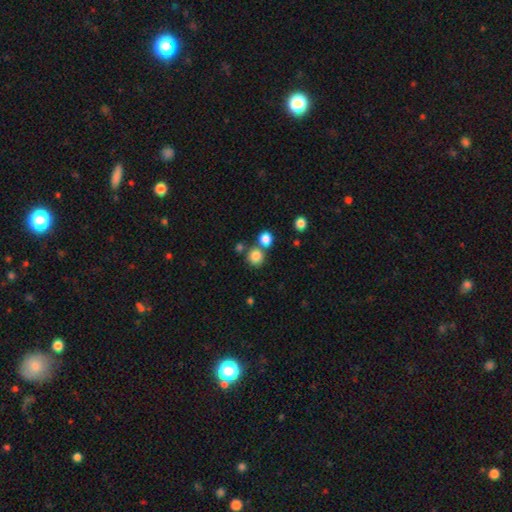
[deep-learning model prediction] Morphology: type=smooth (83%); roundness=round (88%); merging=none (65%).